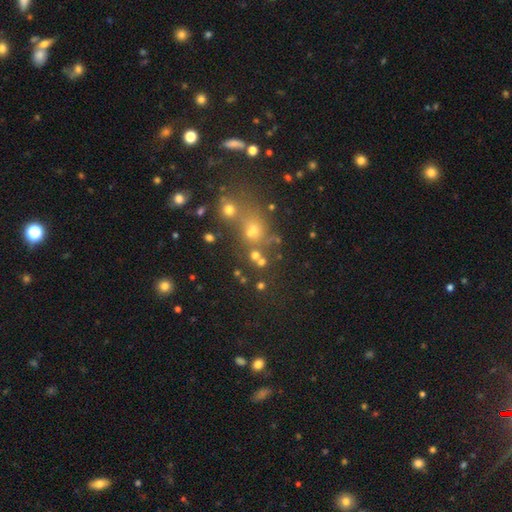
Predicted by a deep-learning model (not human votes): Overall: smooth (61%; star or artifact 26%). How rounded: round (79%). Merging: none (54%; merger 29%).